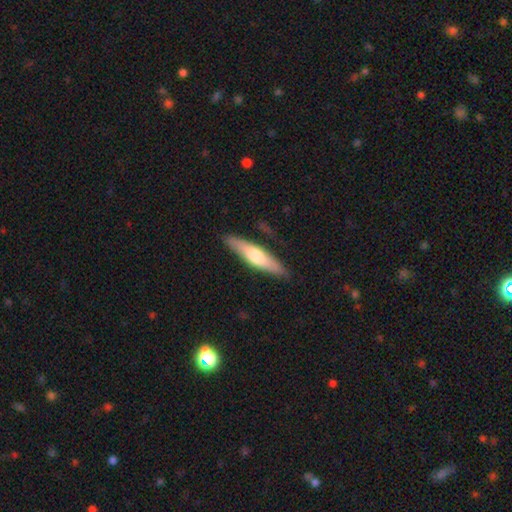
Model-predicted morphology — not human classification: Smooth or featured?
  - smooth: 53% *
  - featured or disk: 42%
  - star or artifact: 5%
How rounded?
  - cigar-shaped: 78% *
  - in between: 20%
  - round: 2%
Merging?
  - none: 86% *
  - minor disturbance: 11%
  - major disturbance: 2%
  - merger: 1%